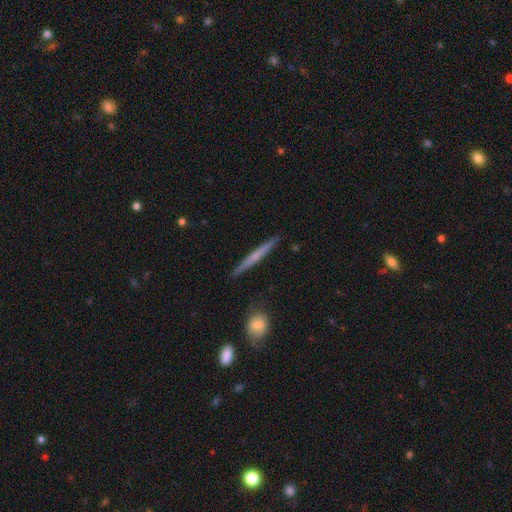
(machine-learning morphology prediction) This appears to be a smooth galaxy with no disk features (48%). Merging: none (90%).